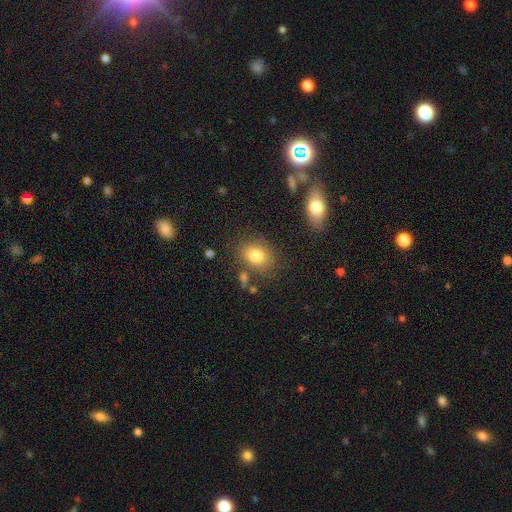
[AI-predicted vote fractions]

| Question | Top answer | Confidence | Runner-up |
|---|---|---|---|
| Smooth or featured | smooth | 81% | star or artifact (10%) |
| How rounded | in between | 58% | round (41%) |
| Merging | none | 76% | minor disturbance (14%) |